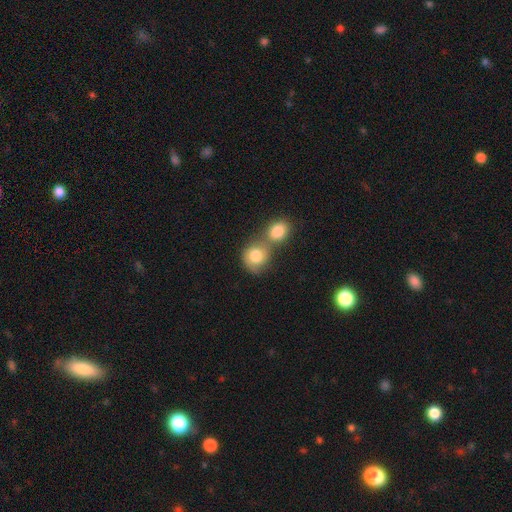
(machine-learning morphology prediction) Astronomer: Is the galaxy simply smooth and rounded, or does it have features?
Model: smooth — 77%.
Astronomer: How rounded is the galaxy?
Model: round — 75%.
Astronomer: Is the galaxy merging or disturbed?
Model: merger — 60%.